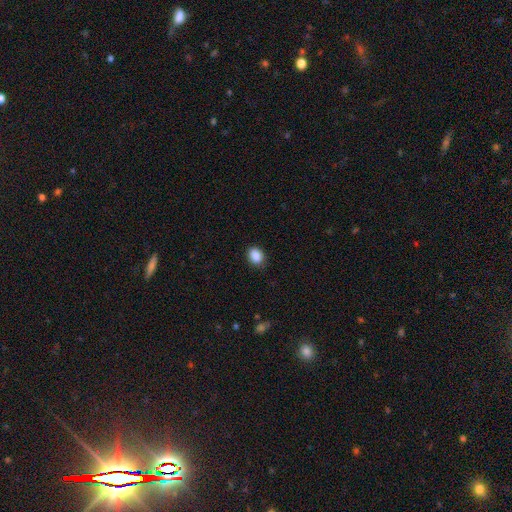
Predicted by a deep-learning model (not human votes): Q: Smooth or featured?
A: smooth (89%); runner-up: star or artifact (9%)
Q: How rounded?
A: in between (62%); runner-up: round (37%)
Q: Merging?
A: none (86%); runner-up: minor disturbance (11%)